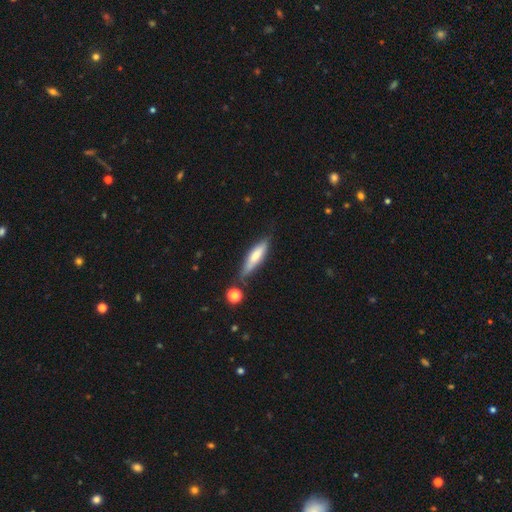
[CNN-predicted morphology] Smooth or featured? smooth (59%)
How rounded? cigar-shaped (73%)
Merging? none (63%)